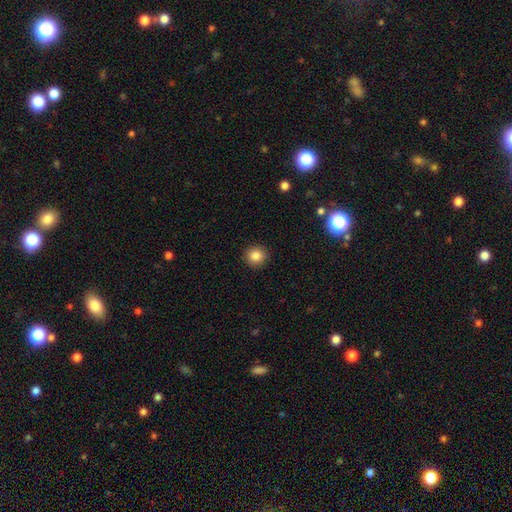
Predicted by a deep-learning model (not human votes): The model was most divided on "smooth or featured": smooth: 85%, star or artifact: 10%, featured or disk: 5%. More confident: merging — none (92%); how rounded — round (92%).